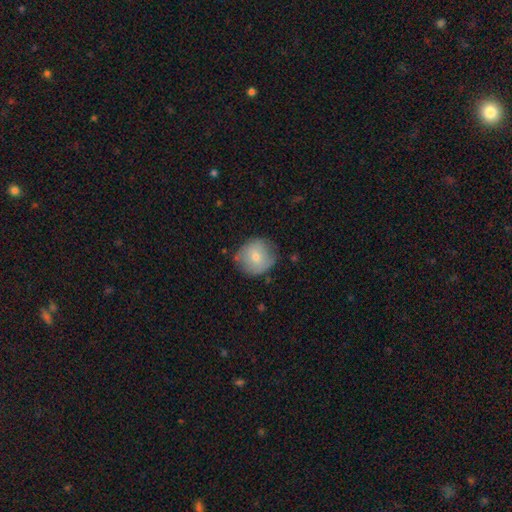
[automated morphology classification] Smooth or featured?
  - smooth: 67% *
  - featured or disk: 25%
  - star or artifact: 8%
How rounded?
  - round: 87% *
  - in between: 12%
  - cigar-shaped: 1%
Merging?
  - none: 72% *
  - minor disturbance: 22%
  - major disturbance: 5%
  - merger: 2%